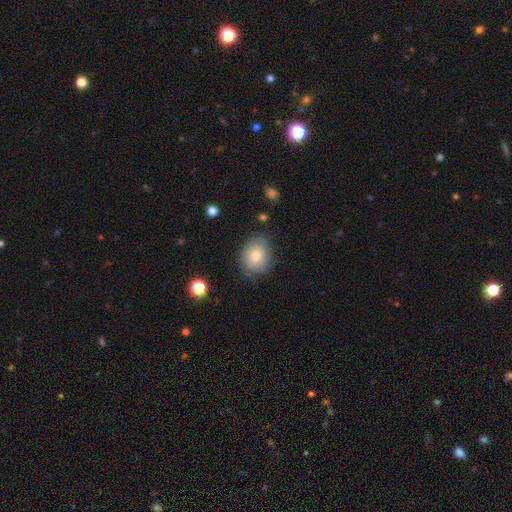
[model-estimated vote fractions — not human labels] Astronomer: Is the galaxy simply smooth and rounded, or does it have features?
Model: smooth — 73%.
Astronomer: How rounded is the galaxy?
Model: round — 55% (runner-up: in between, 44%).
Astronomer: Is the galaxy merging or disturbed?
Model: none — 71%.